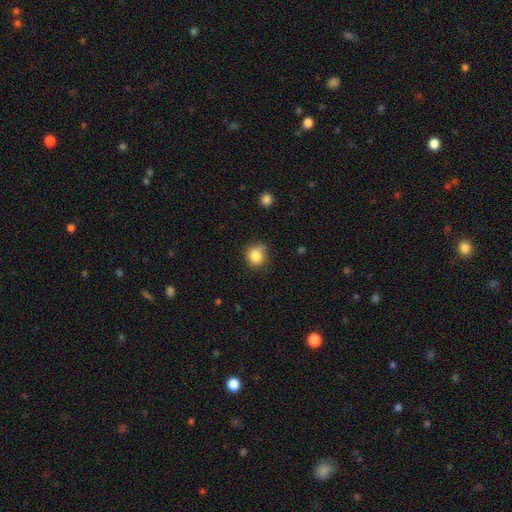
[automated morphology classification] This appears to be a smooth galaxy with no disk features (83%) that is round (80%). Merging: none (68%).